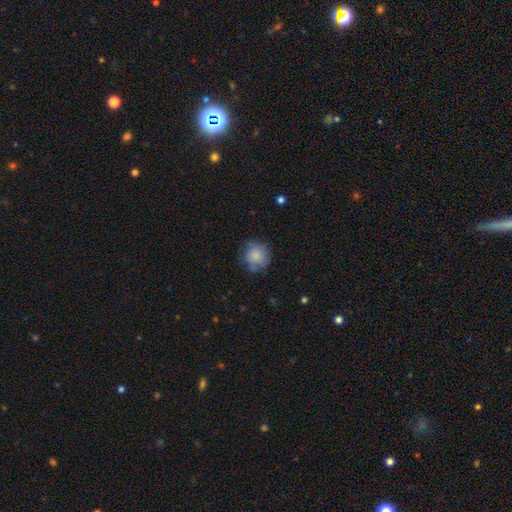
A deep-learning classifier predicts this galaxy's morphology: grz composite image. It shows a smooth galaxy with no disk features (80%) that is round (88%). Merging: none (67%).